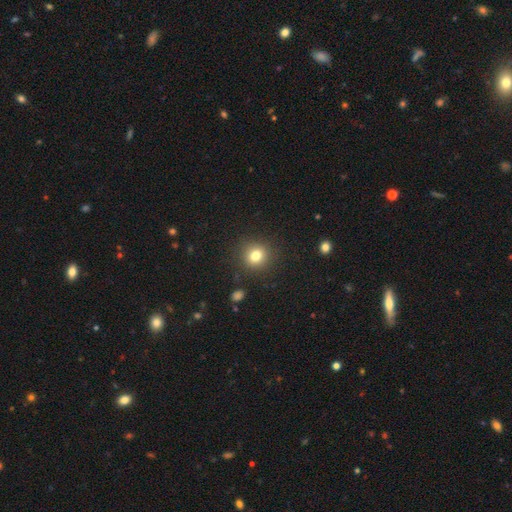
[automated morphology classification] A smooth galaxy with no disk features (80%) that is round (87%). Merging: none (89%).